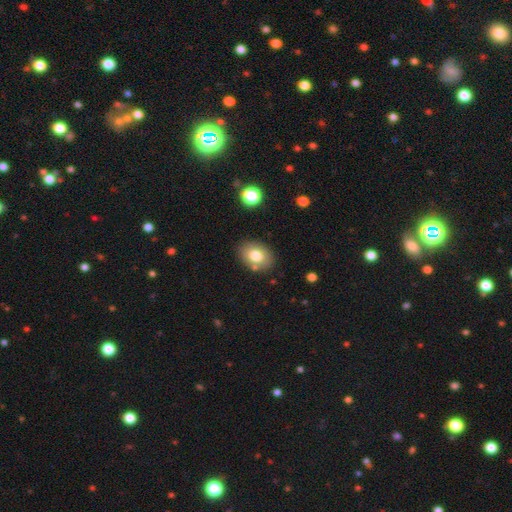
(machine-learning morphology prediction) Smooth or featured?
  - smooth: 77% *
  - featured or disk: 14%
  - star or artifact: 9%
How rounded?
  - in between: 71% *
  - round: 28%
  - cigar-shaped: 1%
Merging?
  - none: 81% *
  - minor disturbance: 11%
  - merger: 5%
  - major disturbance: 3%